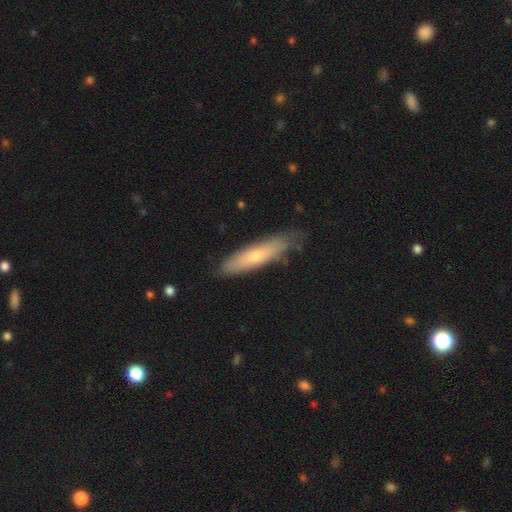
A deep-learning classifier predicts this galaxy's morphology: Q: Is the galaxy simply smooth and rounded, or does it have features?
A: smooth — 58%.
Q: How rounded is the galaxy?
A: cigar-shaped — 79%.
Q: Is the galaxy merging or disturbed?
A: none — 75%.